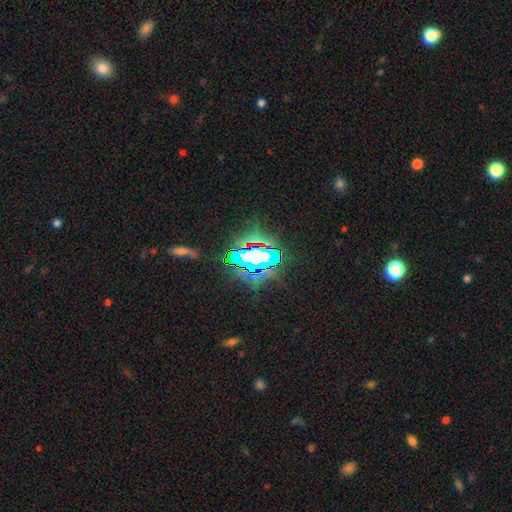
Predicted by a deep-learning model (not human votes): A star or artifact, not a galaxy (66%).

Vote fractions:
- Smooth or featured? star or artifact: 66% / smooth: 18% / featured or disk: 17%